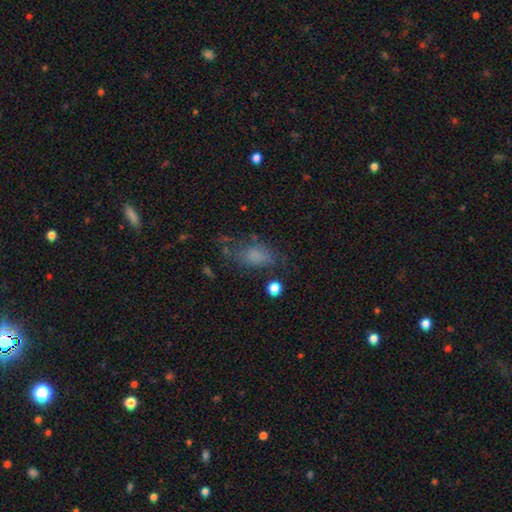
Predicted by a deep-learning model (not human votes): This appears to be a smooth galaxy with no disk features (58%) that is in between round and cigar-shaped (82%). Merging: none (42%).